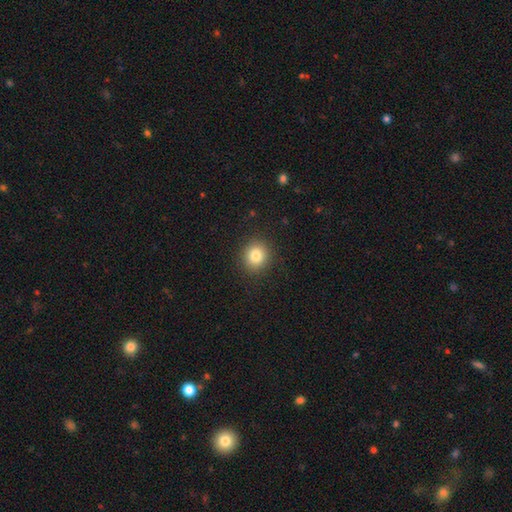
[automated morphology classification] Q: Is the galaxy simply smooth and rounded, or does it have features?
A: smooth — 82%.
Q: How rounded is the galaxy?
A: round — 87%.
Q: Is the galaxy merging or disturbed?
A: none — 91%.